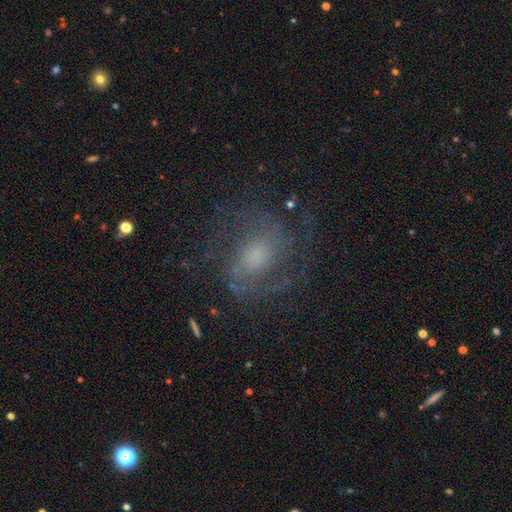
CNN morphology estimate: This is likely a featured or disk galaxy (74%). It is clearly not viewed edge-on (97%). Bar: possibly no (59%). Spiral arm pattern: clearly yes (90%). Spiral arm count: possibly 2 (58%). Spiral winding: possibly medium (49%). Central bulge: marginally moderate (40%). Merging: likely none (70%).